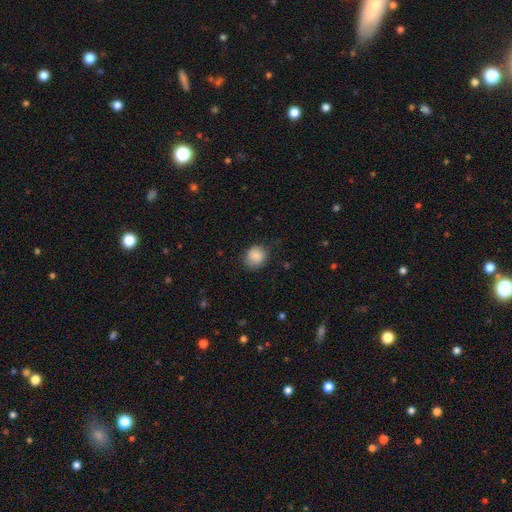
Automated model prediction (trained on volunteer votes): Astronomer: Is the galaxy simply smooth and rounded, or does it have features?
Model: smooth — 87%.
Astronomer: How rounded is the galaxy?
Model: round — 72%.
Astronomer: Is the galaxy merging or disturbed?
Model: none — 75%.